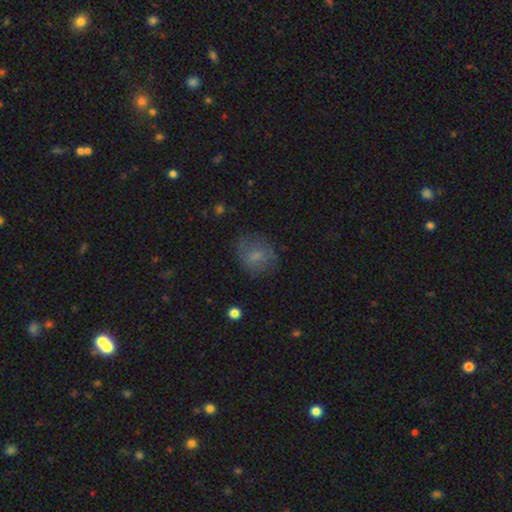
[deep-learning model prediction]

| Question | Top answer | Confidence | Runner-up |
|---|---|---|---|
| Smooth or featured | smooth | 67% | featured or disk (23%) |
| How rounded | round | 64% | in between (35%) |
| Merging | none | 71% | minor disturbance (19%) |